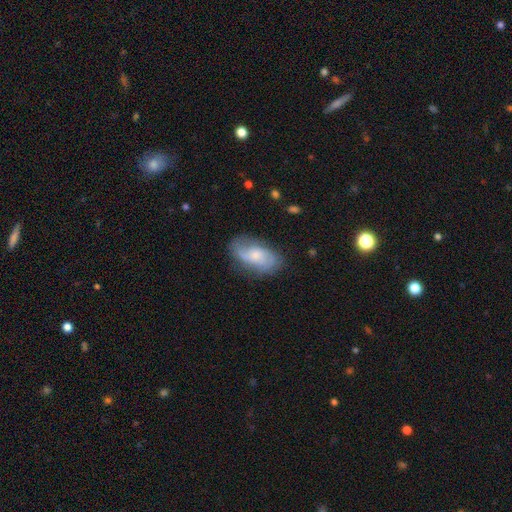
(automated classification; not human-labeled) Q: Smooth or featured?
A: featured or disk (62%); runner-up: smooth (31%)
Q: Edge-on disk?
A: no (95%); runner-up: yes (5%)
Q: Bar?
A: no (67%); runner-up: weak (29%)
Q: Spiral arms?
A: yes (88%); runner-up: no (12%)
Q: Spiral winding?
A: medium (43%); runner-up: tight (29%)
Q: Spiral arm count?
A: 2 (63%); runner-up: can't tell (21%)
Q: Bulge size?
A: small (55%); runner-up: moderate (35%)
Q: Merging?
A: none (69%); runner-up: minor disturbance (21%)